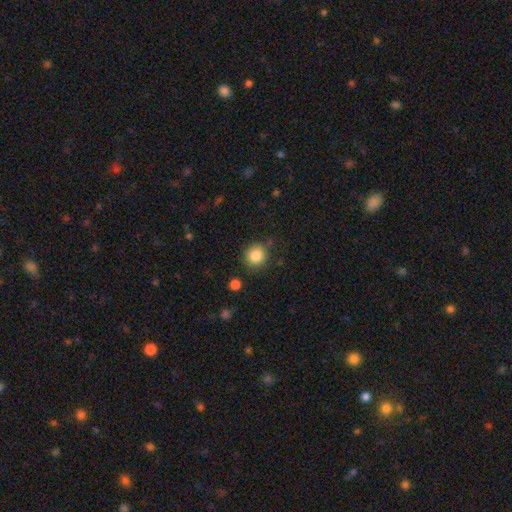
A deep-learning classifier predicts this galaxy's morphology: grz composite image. It shows a smooth galaxy with no disk features (86%) that is round (87%). Merging: none (81%).